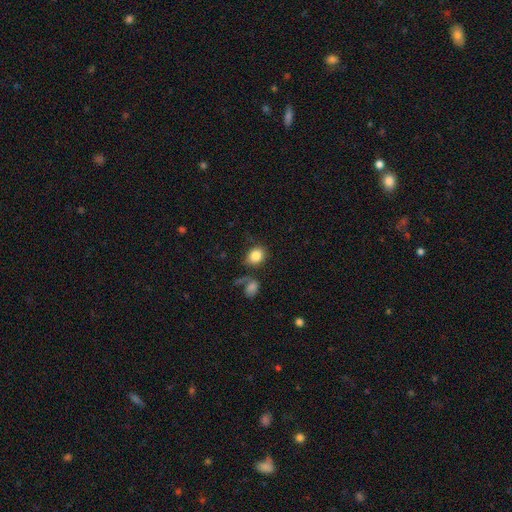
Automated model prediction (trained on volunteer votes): Morphology: type=smooth (84%); roundness=in between (53%); merging=none (64%).